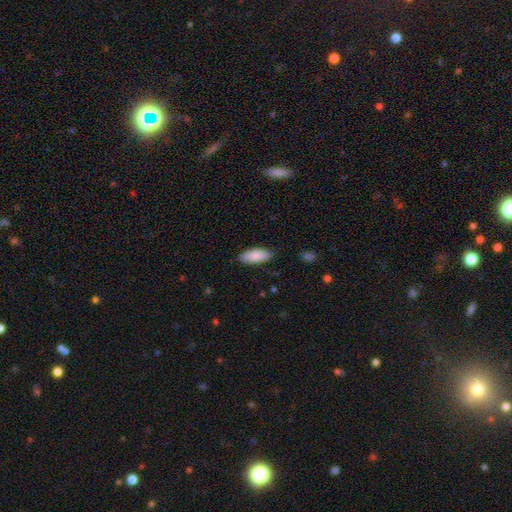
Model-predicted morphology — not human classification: smooth-or-featured: smooth: 87% | featured or disk: 8% | star or artifact: 6%
  how-rounded: in between: 82% | cigar-shaped: 17% | round: 2%
  merging: none: 87% | minor disturbance: 10% | major disturbance: 2% | merger: 1%